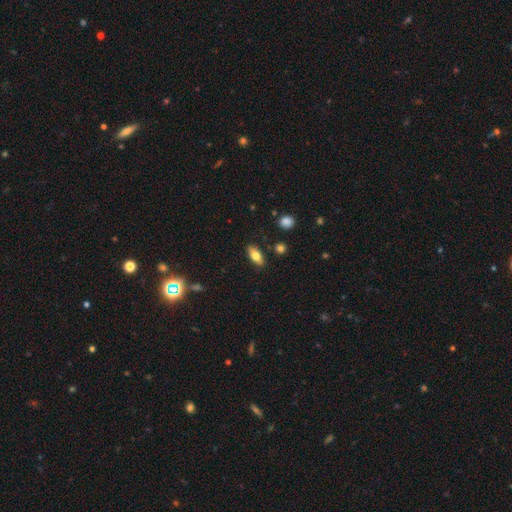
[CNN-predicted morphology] smooth_or_featured: smooth (p=0.74) [alt: featured or disk p=0.19]
how_rounded: in between (p=0.83) [alt: cigar-shaped p=0.14]
merging: none (p=0.86) [alt: minor disturbance p=0.10]